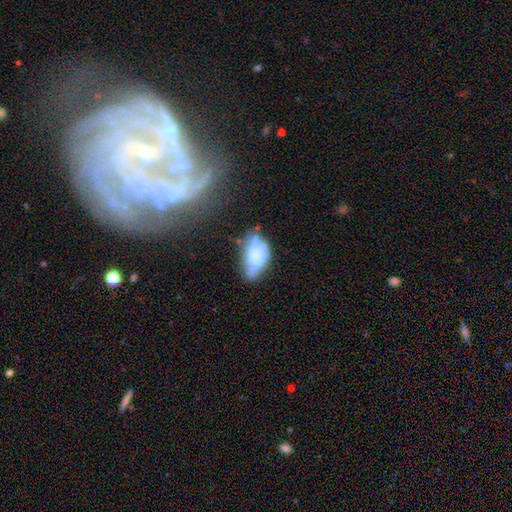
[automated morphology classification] Q: Smooth or featured?
A: featured or disk (47%); runner-up: smooth (44%)
Q: Merging?
A: none (37%); runner-up: minor disturbance (32%)